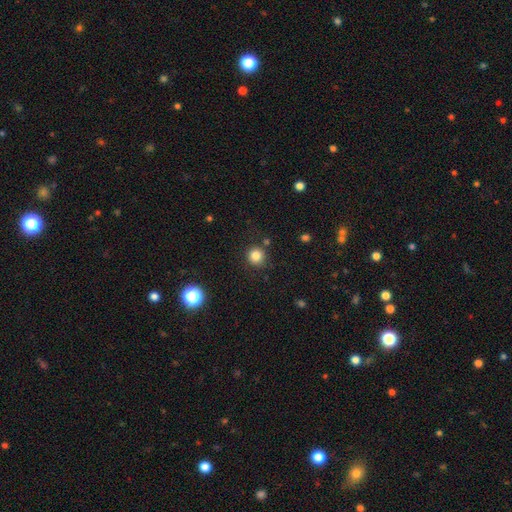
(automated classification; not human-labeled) Morphology: type=smooth (82%); roundness=round (93%); merging=none (84%).